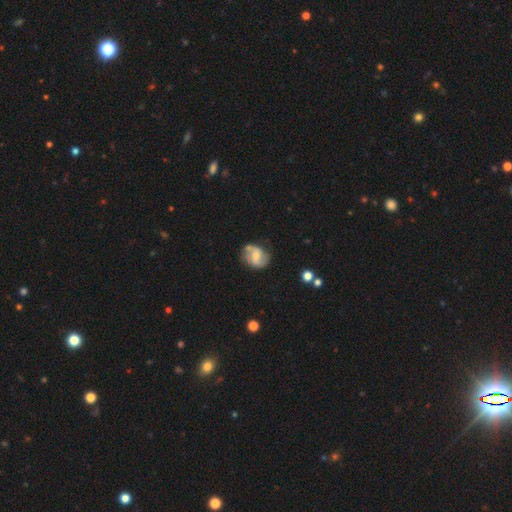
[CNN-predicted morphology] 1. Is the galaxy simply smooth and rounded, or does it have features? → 73% featured or disk, 21% smooth, 7% star or artifact.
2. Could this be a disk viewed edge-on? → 98% no, 2% yes.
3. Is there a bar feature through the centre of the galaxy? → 46% weak, 38% no, 15% strong.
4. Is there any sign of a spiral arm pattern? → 91% yes, 9% no.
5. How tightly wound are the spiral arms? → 46% medium, 34% loose, 20% tight.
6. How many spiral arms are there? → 87% 2, 7% can't tell, 2% 1, 2% 3, 1% 4, 1% more than 4.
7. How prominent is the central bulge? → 48% small, 38% moderate, 10% none, 3% large, 1% dominant.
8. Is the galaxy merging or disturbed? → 68% none, 20% minor disturbance, 7% major disturbance, 6% merger.